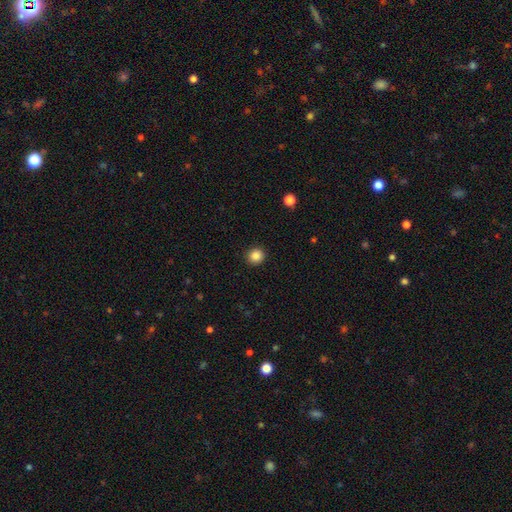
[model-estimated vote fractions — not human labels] Smooth or featured? smooth (86%)
How rounded? round (90%)
Merging? none (92%)